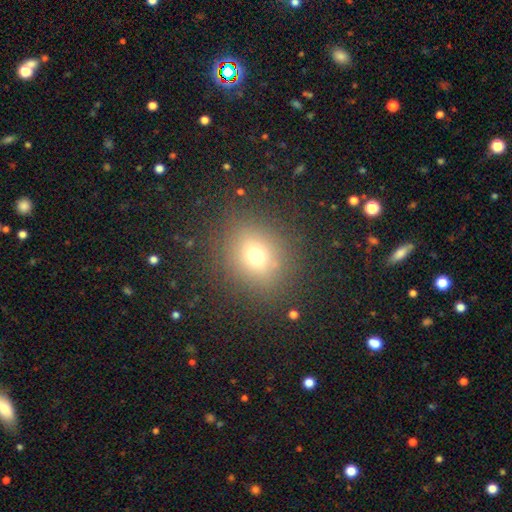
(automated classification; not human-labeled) The model was most divided on "how rounded": round: 68%, in between: 31%, cigar-shaped: 2%. More confident: merging — none (85%); smooth or featured — smooth (67%).